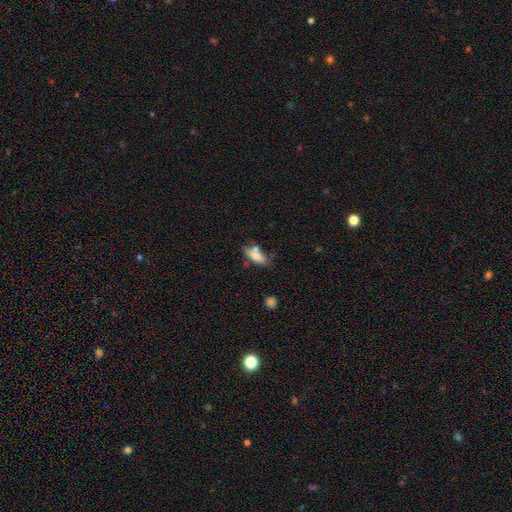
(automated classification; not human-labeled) Smooth or featured? Predicted: smooth (p=0.73). How rounded? Predicted: in between (p=0.73). Merging? Predicted: none (p=0.56).